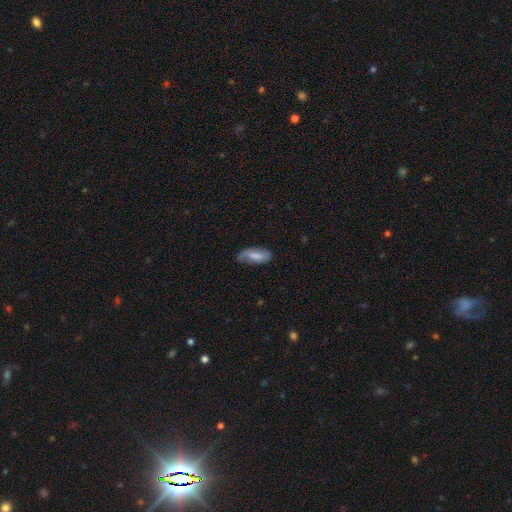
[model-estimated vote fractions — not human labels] A smooth galaxy with no disk features (61%) that is in between round and cigar-shaped (83%).

Vote fractions:
- Smooth or featured? smooth: 61% / featured or disk: 32% / star or artifact: 7%
- How rounded? in between: 83% / cigar-shaped: 15% / round: 2%
- Merging? none: 62% / minor disturbance: 28% / major disturbance: 9% / merger: 2%